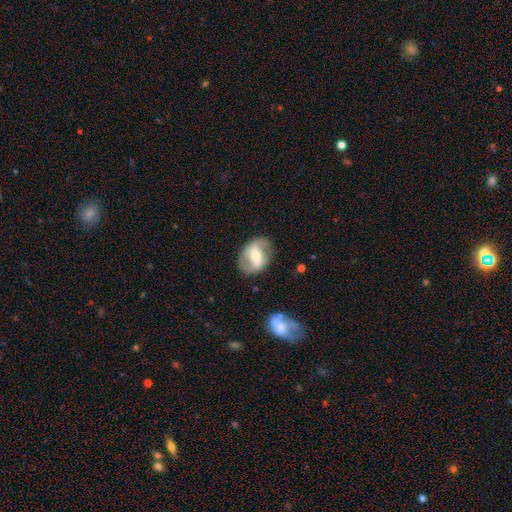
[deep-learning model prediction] A featured or disk galaxy (72%) with a strong bar (55%), 2 (85%) medium (41%) spiral arms (73%) and a moderate central bulge (51%). Merging: none (79%).